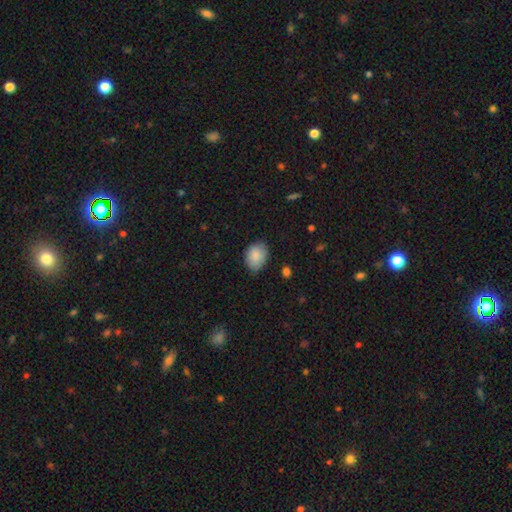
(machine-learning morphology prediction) Smooth or featured?
  - smooth: 87% *
  - star or artifact: 7%
  - featured or disk: 6%
How rounded?
  - in between: 74% *
  - round: 25%
  - cigar-shaped: 1%
Merging?
  - none: 75% *
  - minor disturbance: 20%
  - major disturbance: 3%
  - merger: 1%